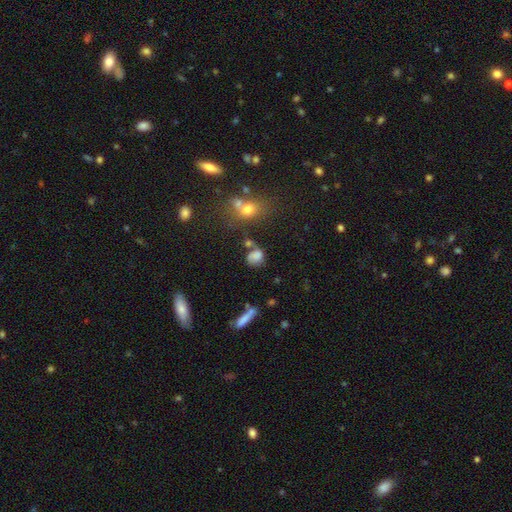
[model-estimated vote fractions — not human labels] Smooth or featured?
  - smooth: 61% *
  - featured or disk: 24%
  - star or artifact: 15%
How rounded?
  - round: 56% *
  - in between: 41%
  - cigar-shaped: 2%
Merging?
  - none: 44% *
  - minor disturbance: 23%
  - merger: 18%
  - major disturbance: 15%